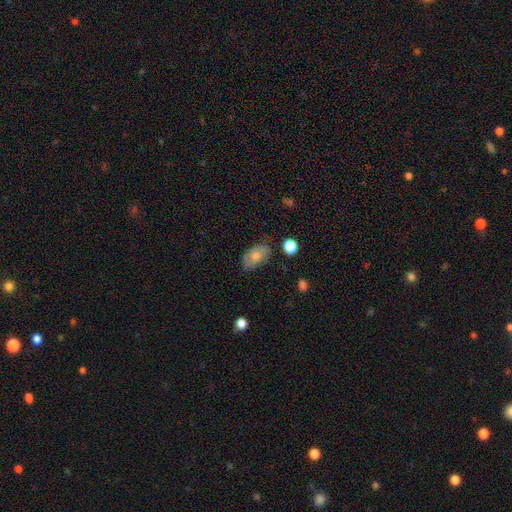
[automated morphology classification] smooth-or-featured: smooth: 64% | featured or disk: 26% | star or artifact: 9%
  how-rounded: in between: 89% | round: 9% | cigar-shaped: 2%
  merging: none: 75% | minor disturbance: 19% | major disturbance: 4% | merger: 2%